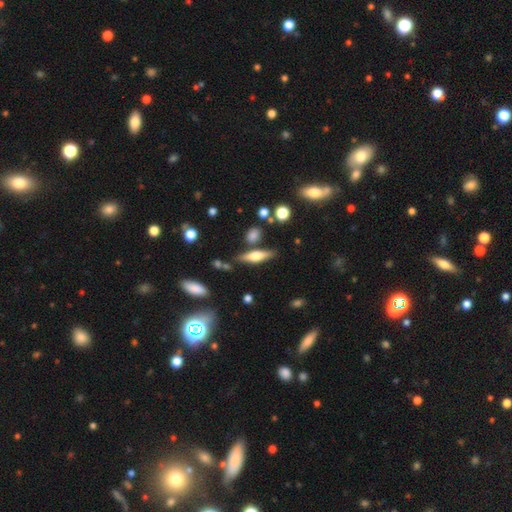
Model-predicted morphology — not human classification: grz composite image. It shows a smooth galaxy with no disk features (46%, tied with featured or disk). Merging: none (75%).